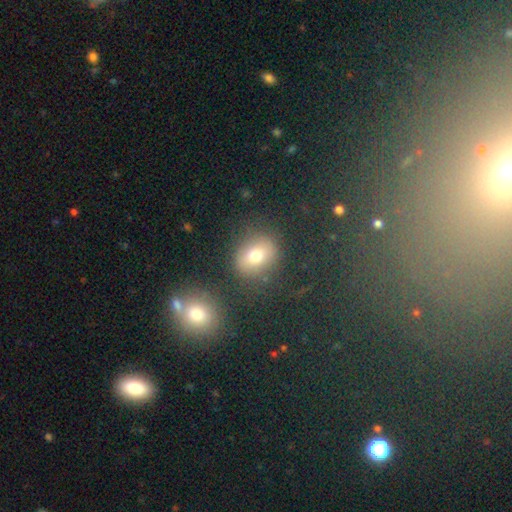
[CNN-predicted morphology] A smooth galaxy with no disk features (73%) that is round (55%). Merging: none (77%).